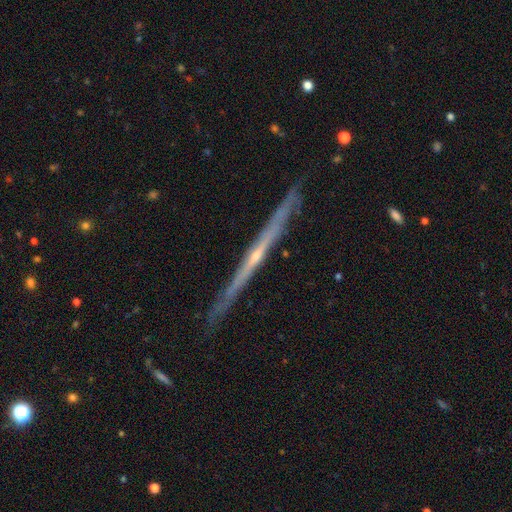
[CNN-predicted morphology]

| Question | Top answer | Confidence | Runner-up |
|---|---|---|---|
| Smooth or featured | featured or disk | 80% | smooth (14%) |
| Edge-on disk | yes | 97% | no (3%) |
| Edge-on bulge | rounded | 52% | none (45%) |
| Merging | none | 85% | minor disturbance (12%) |